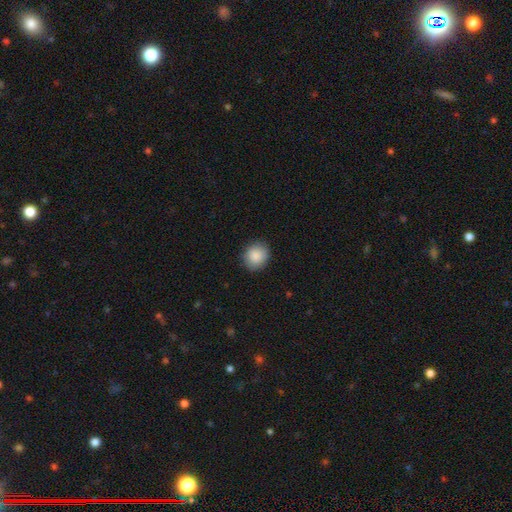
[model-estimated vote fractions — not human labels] Q: Smooth or featured?
A: smooth (89%); runner-up: star or artifact (7%)
Q: How rounded?
A: round (79%); runner-up: in between (21%)
Q: Merging?
A: none (88%); runner-up: minor disturbance (9%)